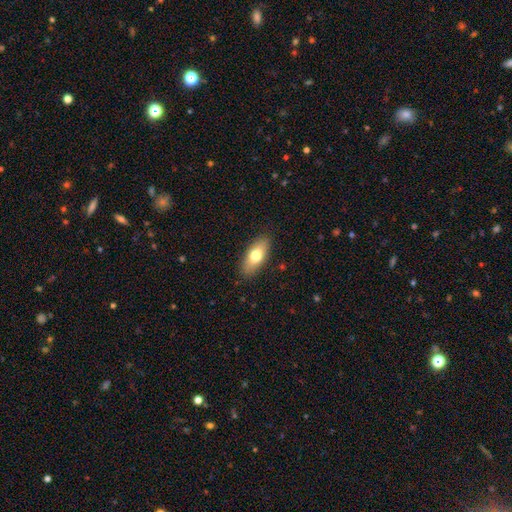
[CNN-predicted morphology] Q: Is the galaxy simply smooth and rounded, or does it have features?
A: smooth — 72%.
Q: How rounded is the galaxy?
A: in between — 83%.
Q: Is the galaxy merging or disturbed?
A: none — 87%.